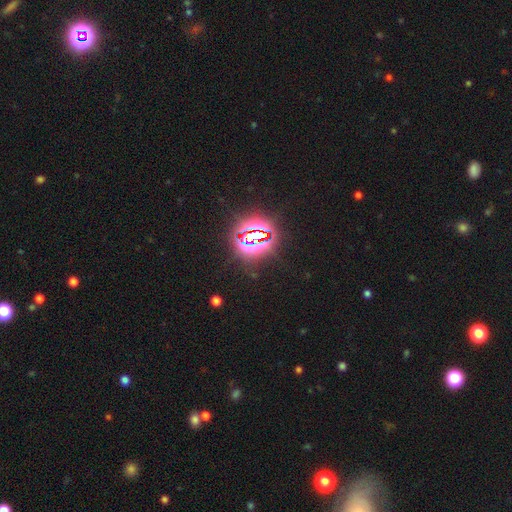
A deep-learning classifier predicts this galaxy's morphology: smooth-or-featured: star or artifact: 83% | smooth: 10% | featured or disk: 7%